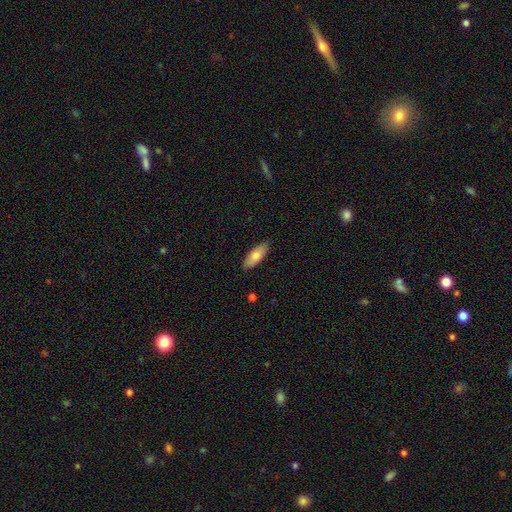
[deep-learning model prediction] smooth-or-featured: smooth: 77% | featured or disk: 17% | star or artifact: 6%
  how-rounded: in between: 75% | cigar-shaped: 23% | round: 2%
  merging: none: 87% | minor disturbance: 10% | major disturbance: 2% | merger: 1%